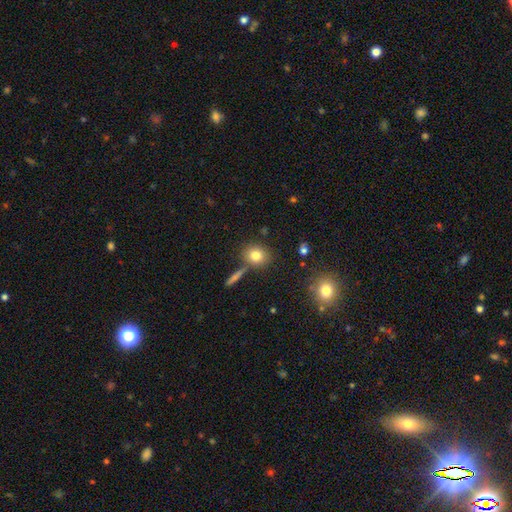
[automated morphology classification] This appears to be a smooth galaxy with no disk features (79%) that is round (76%). Merging: none (75%).